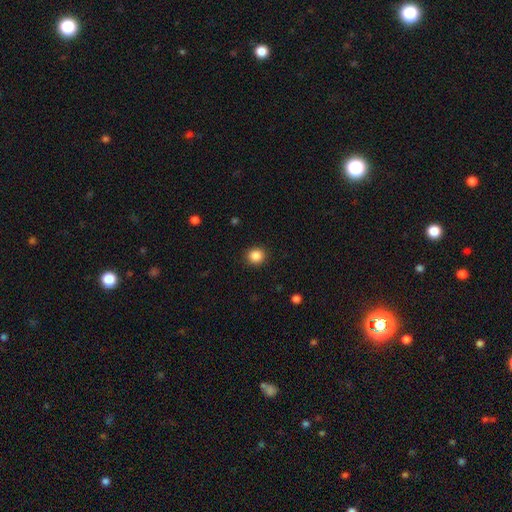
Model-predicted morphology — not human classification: smooth_or_featured: smooth (p=0.86) [alt: star or artifact p=0.10]
how_rounded: round (p=0.86) [alt: in between p=0.13]
merging: none (p=0.91) [alt: minor disturbance p=0.06]